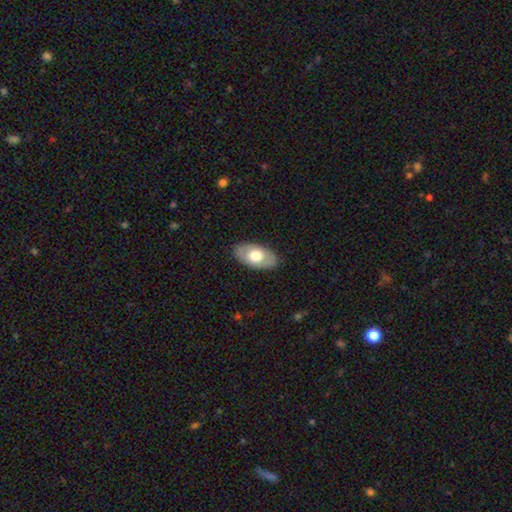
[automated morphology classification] Overall: smooth (60%; featured or disk 35%). How rounded: in between (93%). Merging: none (85%).